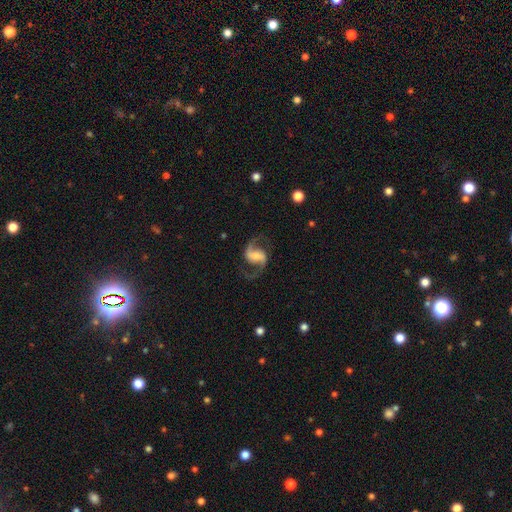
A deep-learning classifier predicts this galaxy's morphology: Smooth or featured? Predicted: featured or disk (p=0.89). Edge-on disk? Predicted: no (p=0.98). Bar? Predicted: weak (p=0.42). Spiral arms? Predicted: yes (p=0.97). Spiral winding? Predicted: loose (p=0.47). Spiral arm count? Predicted: 2 (p=0.94). Bulge size? Predicted: small (p=0.37). Merging? Predicted: none (p=0.77).